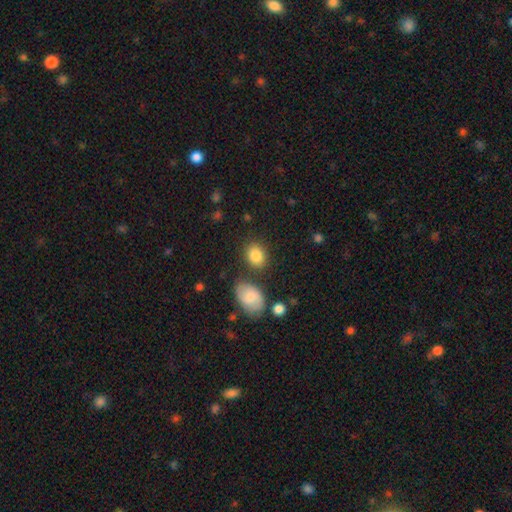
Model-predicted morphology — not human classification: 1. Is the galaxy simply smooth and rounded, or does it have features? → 85% smooth, 8% star or artifact, 7% featured or disk.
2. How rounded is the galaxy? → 58% in between, 41% round, 1% cigar-shaped.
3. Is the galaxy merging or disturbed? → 76% none, 12% minor disturbance, 8% merger, 4% major disturbance.